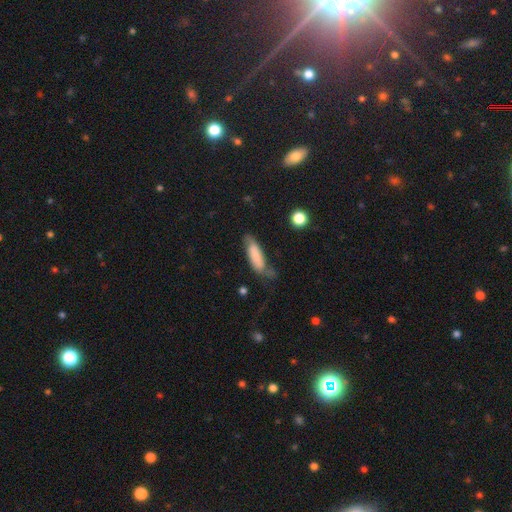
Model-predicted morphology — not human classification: The model was most divided on "how rounded": cigar-shaped: 50%, in between: 48%, round: 2%. Remaining: smooth or featured — smooth (72%); merging — none (48%).